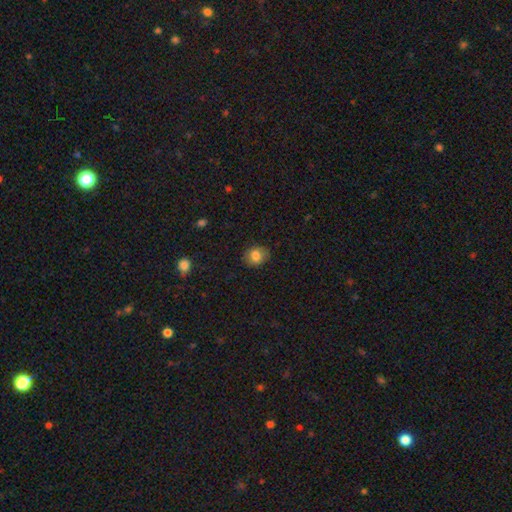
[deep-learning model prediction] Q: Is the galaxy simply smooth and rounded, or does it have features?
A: smooth — 81%.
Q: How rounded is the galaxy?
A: round — 62%.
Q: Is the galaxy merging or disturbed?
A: none — 83%.